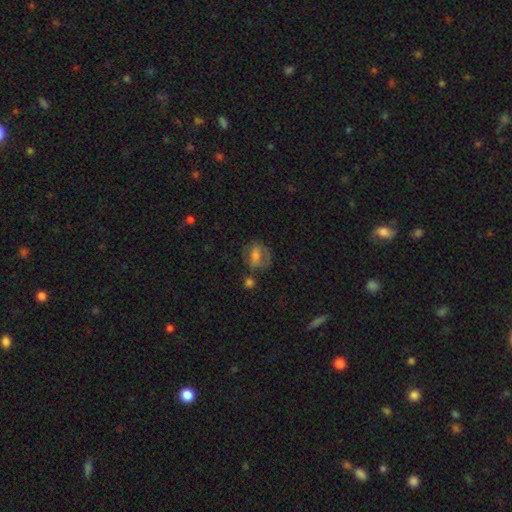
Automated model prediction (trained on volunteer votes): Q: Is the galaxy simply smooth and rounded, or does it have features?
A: smooth — 54%.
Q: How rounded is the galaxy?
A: in between — 60%.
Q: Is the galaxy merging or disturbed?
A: none — 49%.